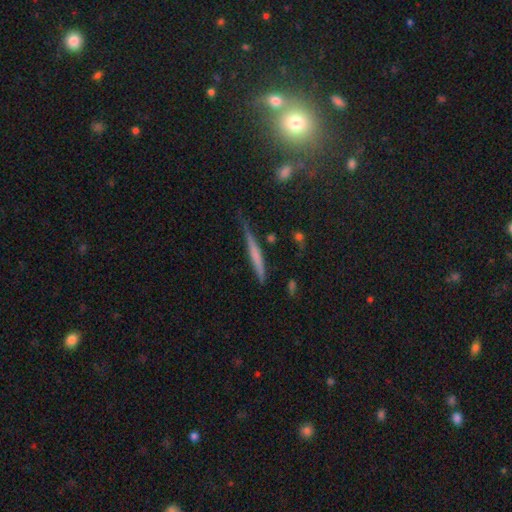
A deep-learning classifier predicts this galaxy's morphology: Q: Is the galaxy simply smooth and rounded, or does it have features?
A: smooth — 51%.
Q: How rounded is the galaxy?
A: cigar-shaped — 94%.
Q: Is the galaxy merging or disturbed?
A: none — 69%.